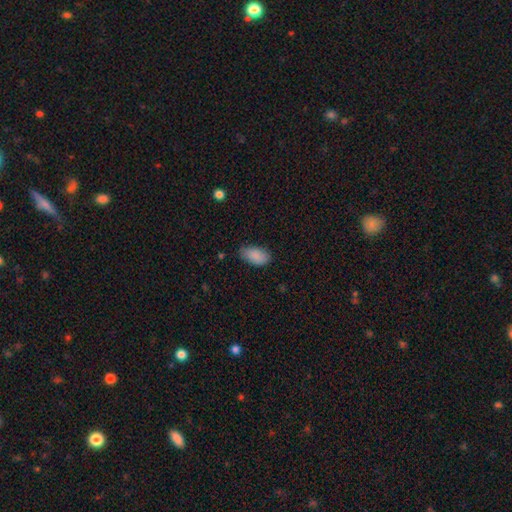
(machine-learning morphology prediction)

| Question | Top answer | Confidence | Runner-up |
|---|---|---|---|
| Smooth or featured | smooth | 89% | star or artifact (7%) |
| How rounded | in between | 94% | cigar-shaped (3%) |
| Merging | none | 76% | minor disturbance (19%) |